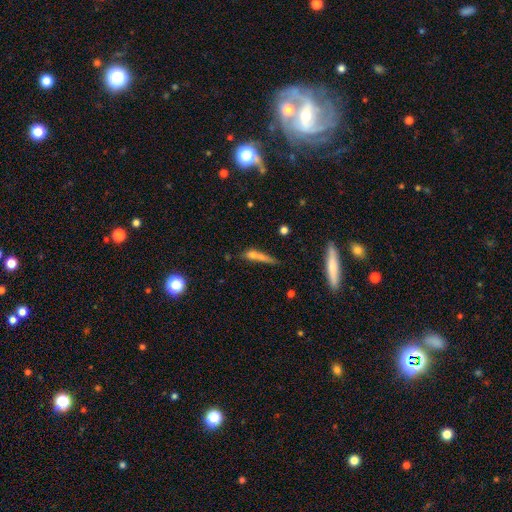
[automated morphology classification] This is possibly a smooth galaxy (58%). How rounded: likely cigar-shaped (76%). Merging: marginally none (41%).